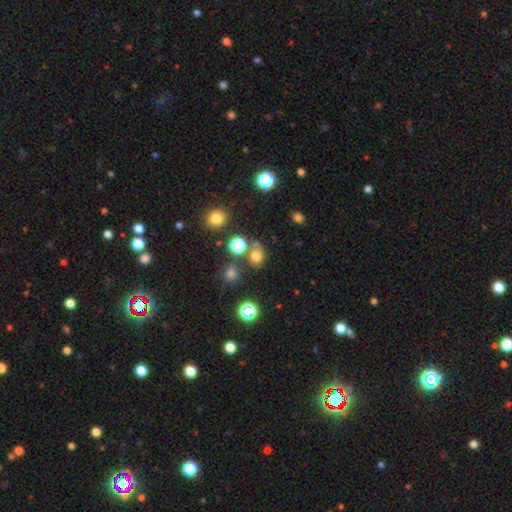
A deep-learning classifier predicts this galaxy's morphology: This is likely a smooth galaxy (67%). How rounded: likely round (73%). Merging: likely none (64%).